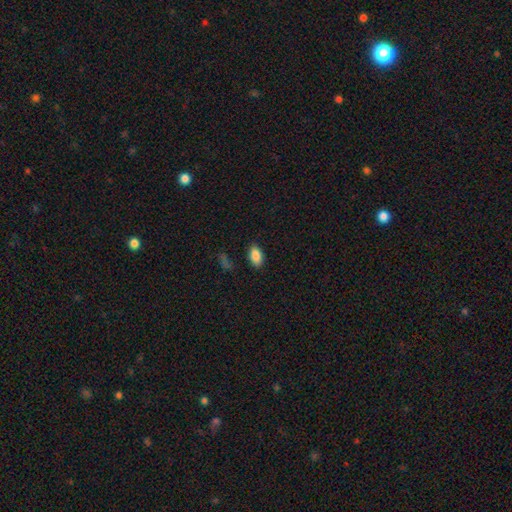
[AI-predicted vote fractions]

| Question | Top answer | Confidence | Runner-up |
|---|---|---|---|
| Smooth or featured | smooth | 86% | star or artifact (8%) |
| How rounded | in between | 92% | round (5%) |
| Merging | none | 85% | minor disturbance (11%) |